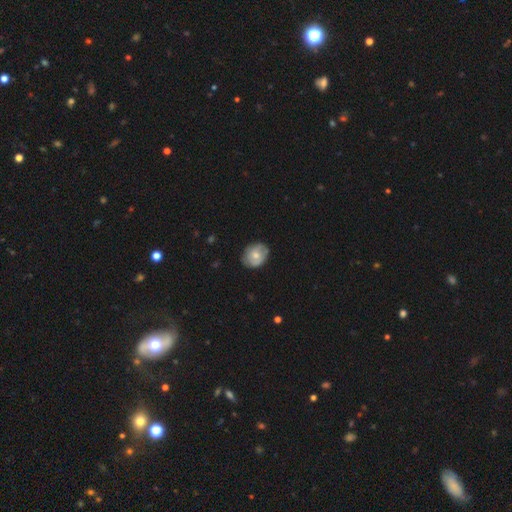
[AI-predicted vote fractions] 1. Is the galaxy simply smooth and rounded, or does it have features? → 58% smooth, 35% featured or disk, 7% star or artifact.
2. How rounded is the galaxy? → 54% round, 45% in between, 1% cigar-shaped.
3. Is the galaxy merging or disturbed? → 75% none, 20% minor disturbance, 4% major disturbance, 1% merger.